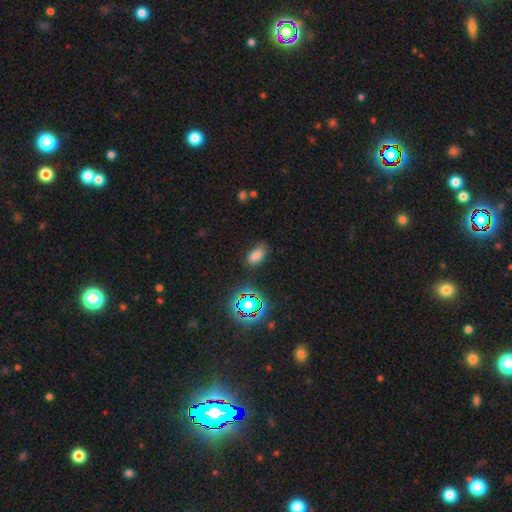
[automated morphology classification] Q: Smooth or featured?
A: smooth (73%); runner-up: star or artifact (20%)
Q: How rounded?
A: in between (88%); runner-up: round (8%)
Q: Merging?
A: none (73%); runner-up: minor disturbance (19%)